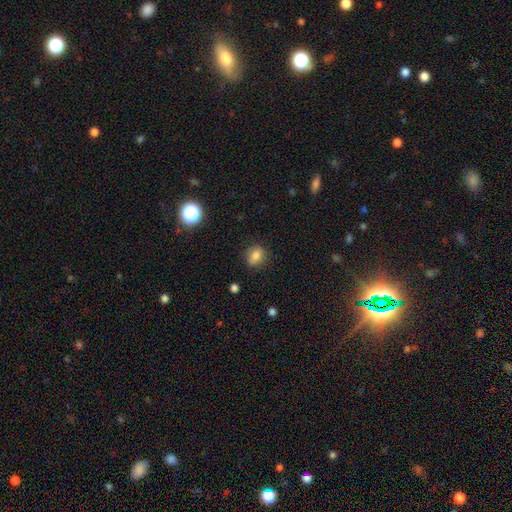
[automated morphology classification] type=smooth (81%); roundness=round (52%); merging=none (81%).